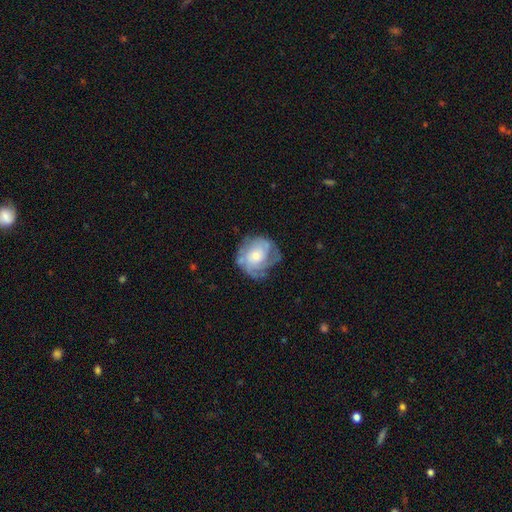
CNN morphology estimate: Overall: featured or disk (67%; smooth 27%). Edge-on disk: no (97%). Bar: no (81%). Spiral arms: yes (80%). Spiral arm count: can't tell (43%; 2 20%). Spiral winding: tight (52%; medium 33%). Bulge size: moderate (48%; small 42%). Merging: none (57%; minor disturbance 25%).